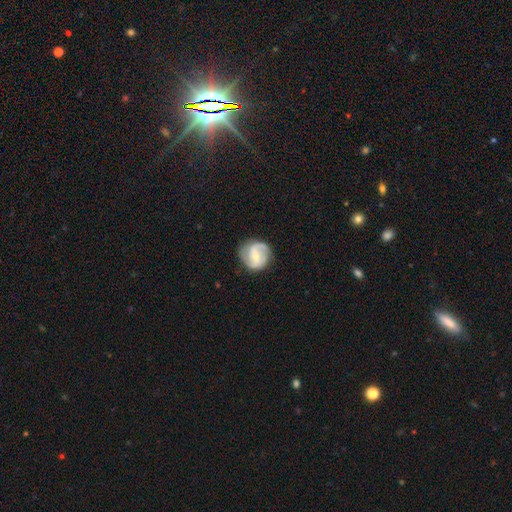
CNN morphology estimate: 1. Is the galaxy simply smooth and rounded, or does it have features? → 78% featured or disk, 17% smooth, 5% star or artifact.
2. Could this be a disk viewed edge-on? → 98% no, 2% yes.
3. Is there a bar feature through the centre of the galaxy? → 49% weak, 28% no, 22% strong.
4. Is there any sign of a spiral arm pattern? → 94% yes, 6% no.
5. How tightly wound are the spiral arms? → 49% medium, 28% tight, 24% loose.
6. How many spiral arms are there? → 87% 2, 6% can't tell, 3% 1, 2% 3, 1% 4, 1% more than 4.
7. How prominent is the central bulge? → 59% small, 36% moderate, 3% none, 2% large, 1% dominant.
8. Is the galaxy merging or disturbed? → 80% none, 15% minor disturbance, 5% major disturbance, 1% merger.